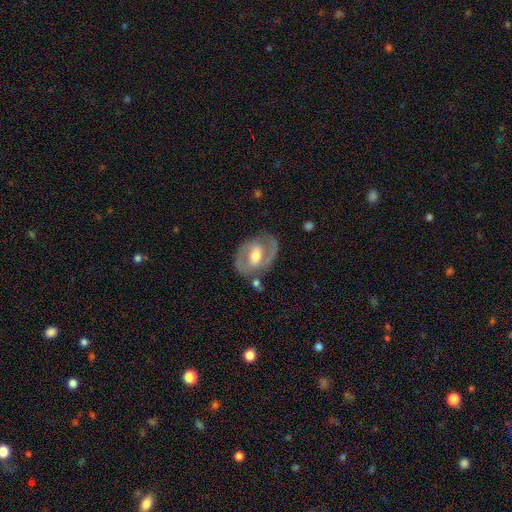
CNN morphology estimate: Smooth or featured: featured or disk — 81% (smooth — 14%)
Edge-on disk: no — 96% (yes — 4%)
Bar: weak — 44% (strong — 34%)
Spiral arms: yes — 84% (no — 16%)
Spiral winding: medium — 53% (tight — 33%)
Spiral arm count: 2 — 85% (can't tell — 6%)
Bulge size: moderate — 68% (large — 15%)
Merging: none — 74% (minor disturbance — 15%)